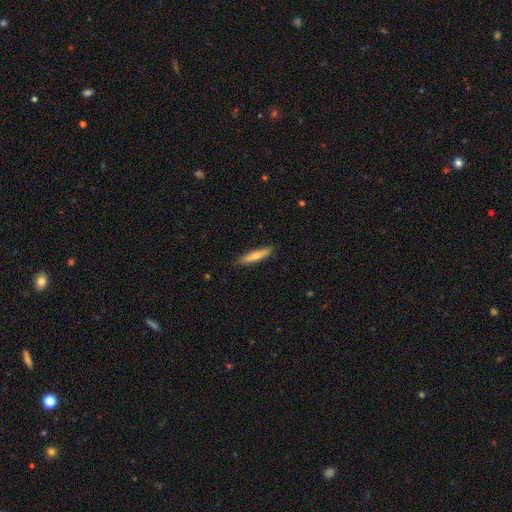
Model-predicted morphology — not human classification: This is likely a smooth galaxy (64%). How rounded: clearly cigar-shaped (84%). Merging: clearly none (87%).